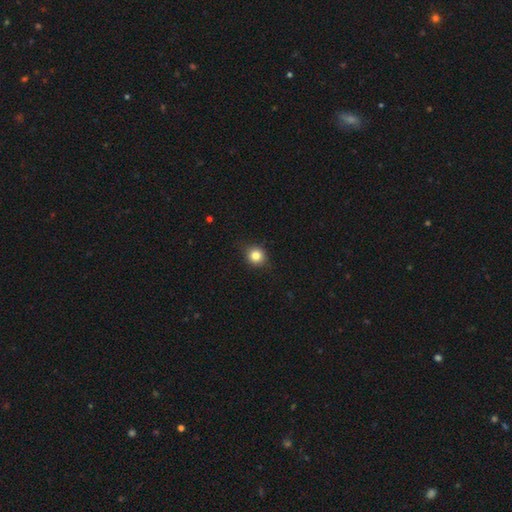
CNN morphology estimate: Smooth or featured?
  - smooth: 82% *
  - star or artifact: 11%
  - featured or disk: 7%
How rounded?
  - round: 81% *
  - in between: 18%
  - cigar-shaped: 1%
Merging?
  - none: 85% *
  - minor disturbance: 12%
  - major disturbance: 2%
  - merger: 1%